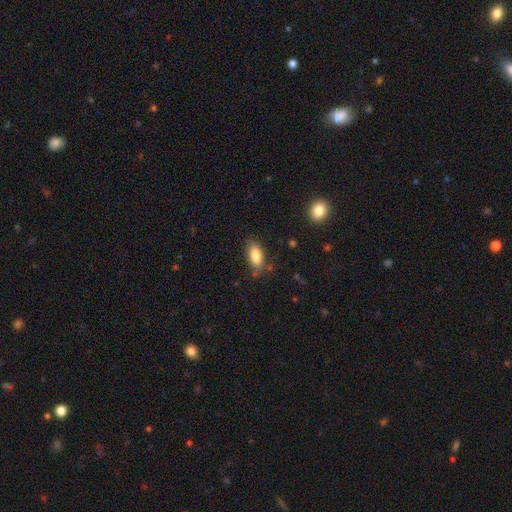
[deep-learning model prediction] This appears to be a smooth galaxy with no disk features (85%) that is in between round and cigar-shaped (86%). Merging: none (74%).